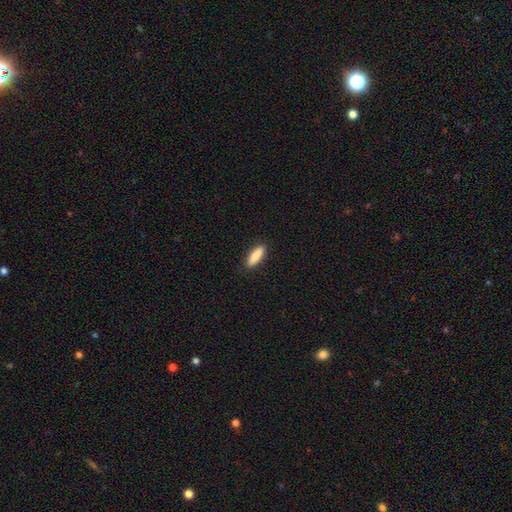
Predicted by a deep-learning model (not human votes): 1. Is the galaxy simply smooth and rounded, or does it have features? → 85% smooth, 9% featured or disk, 6% star or artifact.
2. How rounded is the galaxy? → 52% cigar-shaped, 46% in between, 2% round.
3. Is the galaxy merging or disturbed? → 90% none, 8% minor disturbance, 2% major disturbance, 1% merger.